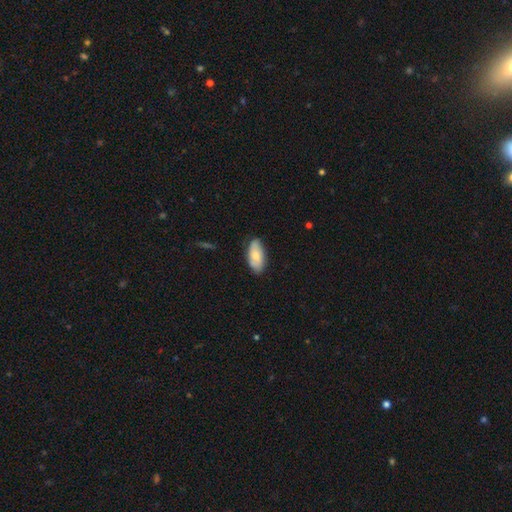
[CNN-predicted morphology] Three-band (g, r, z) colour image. It shows a smooth galaxy with no disk features (68%) that is in between round and cigar-shaped (92%). Merging: none (79%).